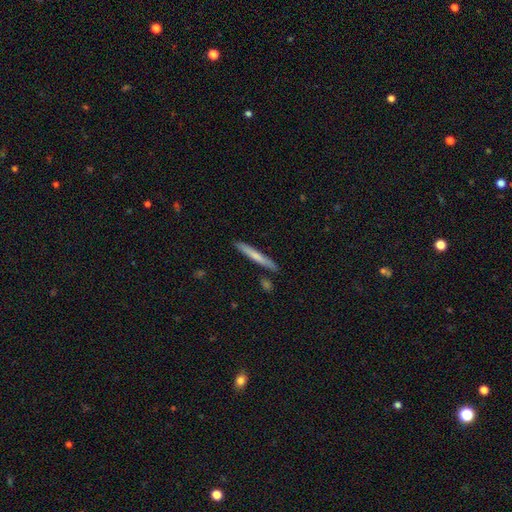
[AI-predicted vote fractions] The model was most divided on "smooth or featured": smooth: 62%, featured or disk: 33%, star or artifact: 6%. More confident: how rounded — cigar-shaped (96%); merging — none (86%).